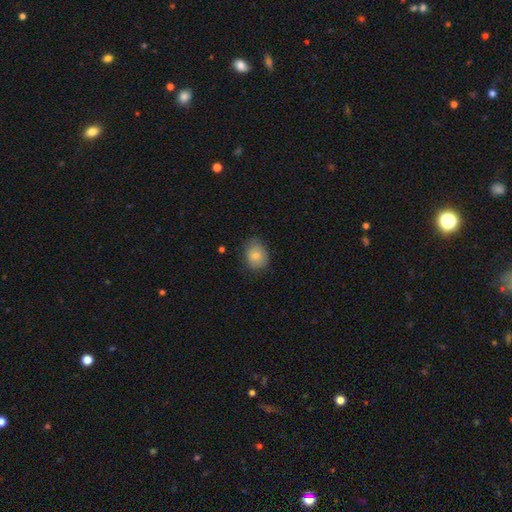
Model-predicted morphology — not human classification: Q: Smooth or featured?
A: smooth (81%); runner-up: featured or disk (10%)
Q: How rounded?
A: in between (55%); runner-up: round (44%)
Q: Merging?
A: none (71%); runner-up: minor disturbance (23%)